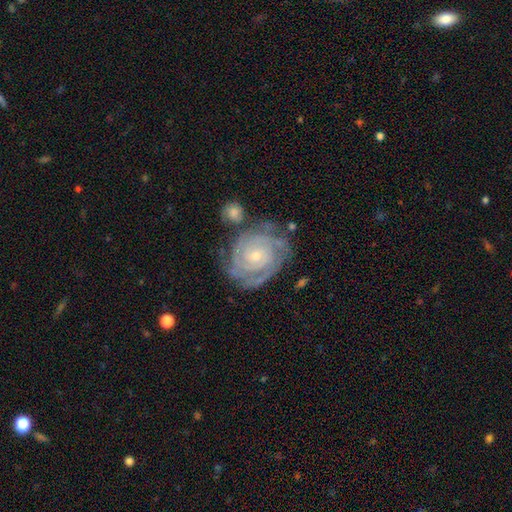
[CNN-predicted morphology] This appears to be a featured or disk galaxy (88%) with no bar (74%), 2 (32%) tight (82%) spiral arms (97%) and a small central bulge (71%). Merging: none (69%).